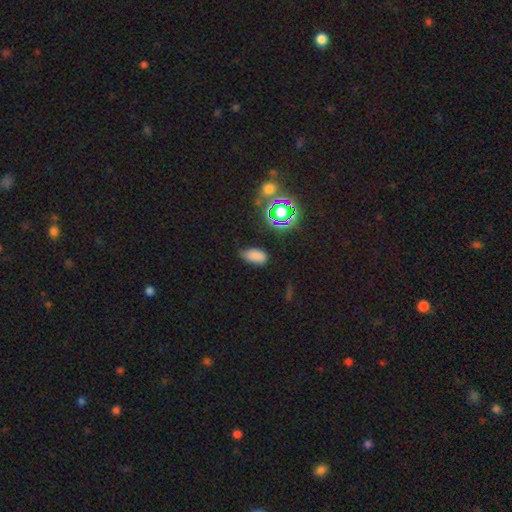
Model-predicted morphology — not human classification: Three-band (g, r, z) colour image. It shows a smooth galaxy with no disk features (73%) that is in between round and cigar-shaped (91%). Merging: none (69%).